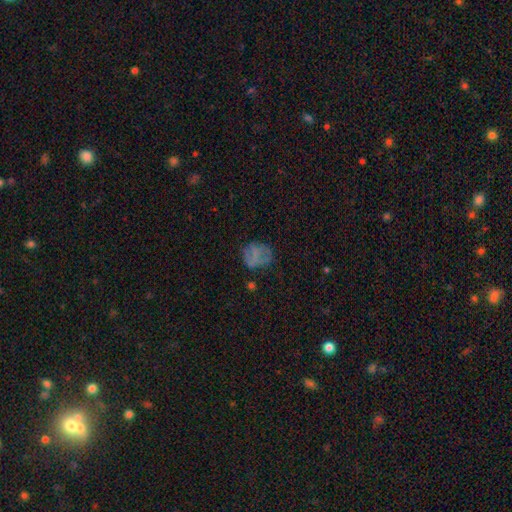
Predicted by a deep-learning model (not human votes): A smooth galaxy with no disk features (58%) that is round (65%).

Vote fractions:
- Smooth or featured? smooth: 58% / featured or disk: 27% / star or artifact: 15%
- How rounded? round: 65% / in between: 34% / cigar-shaped: 1%
- Merging? none: 55% / minor disturbance: 24% / major disturbance: 18% / merger: 3%